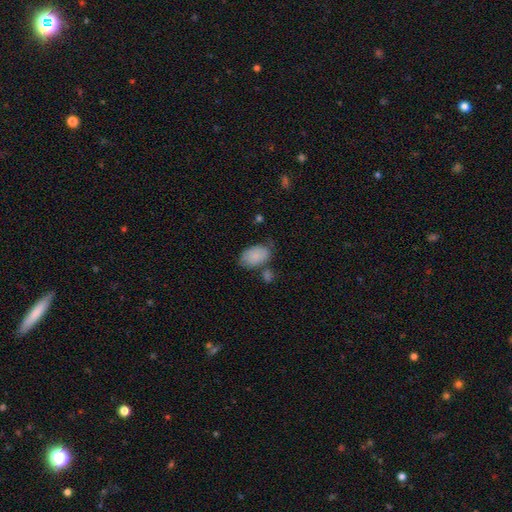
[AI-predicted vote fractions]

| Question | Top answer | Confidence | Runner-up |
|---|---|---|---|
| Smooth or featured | smooth | 85% | featured or disk (9%) |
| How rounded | in between | 92% | round (7%) |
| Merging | none | 58% | minor disturbance (24%) |